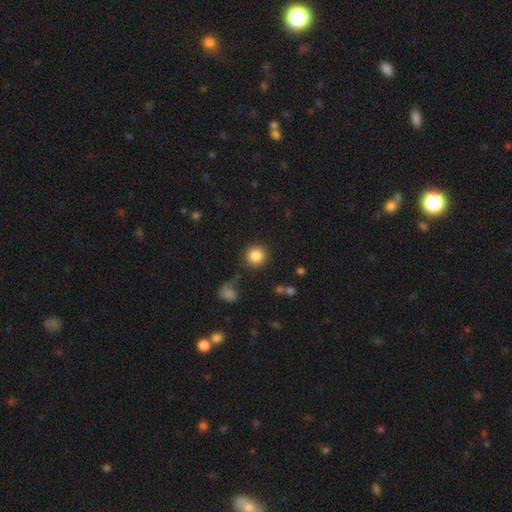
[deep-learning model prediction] Morphology: type=smooth (86%); roundness=round (94%); merging=none (85%).